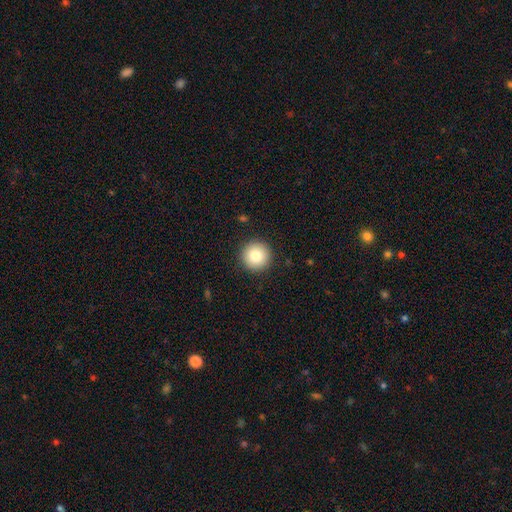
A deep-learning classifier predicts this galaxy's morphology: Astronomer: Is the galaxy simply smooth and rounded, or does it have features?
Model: smooth — 82%.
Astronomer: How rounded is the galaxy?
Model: round — 96%.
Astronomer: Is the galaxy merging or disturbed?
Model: none — 92%.